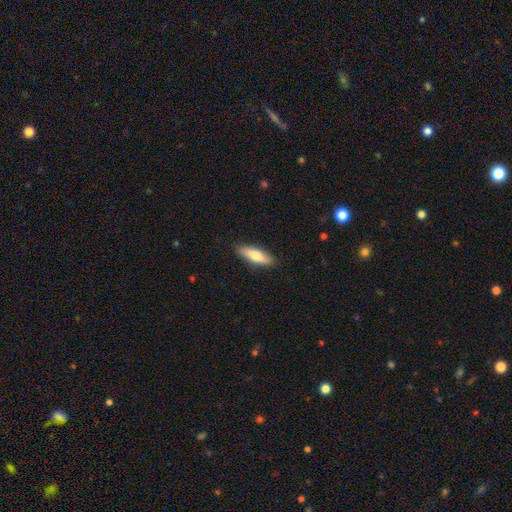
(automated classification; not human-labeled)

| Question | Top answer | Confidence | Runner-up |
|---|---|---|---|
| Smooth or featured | smooth | 72% | featured or disk (22%) |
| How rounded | cigar-shaped | 54% | in between (44%) |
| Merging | none | 89% | minor disturbance (9%) |